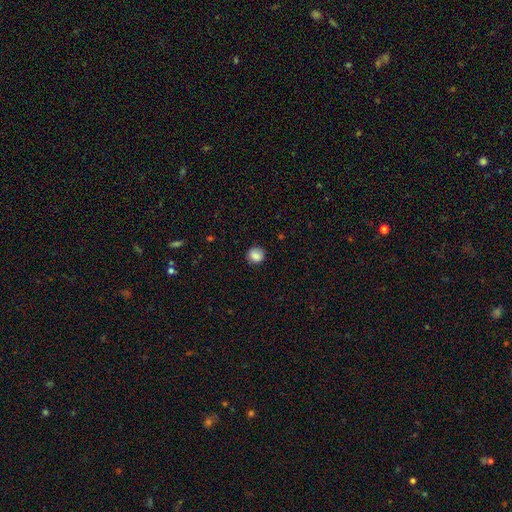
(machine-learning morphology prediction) The model was most divided on "how rounded": round: 84%, in between: 15%, cigar-shaped: 1%. More confident: smooth or featured — smooth (87%); merging — none (86%).